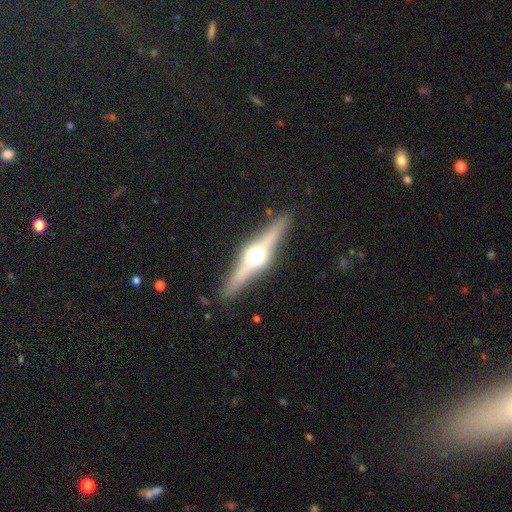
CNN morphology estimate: The model was most divided on "smooth or featured": featured or disk: 73%, smooth: 20%, star or artifact: 7%. More confident: edge-on disk — yes (96%); edge-on bulge — rounded (95%); merging — none (88%).